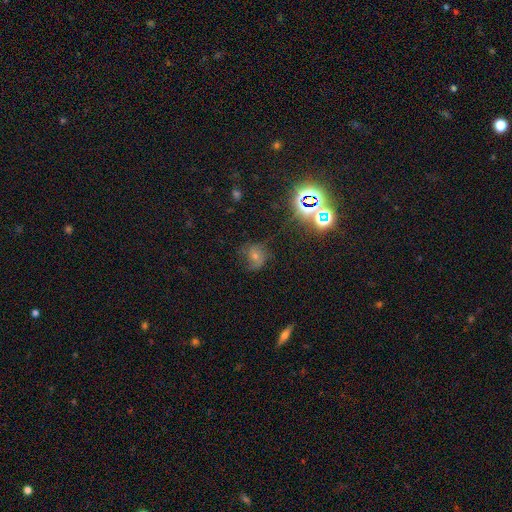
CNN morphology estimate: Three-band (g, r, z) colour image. It shows a featured or disk galaxy (38%). Merging: none (56%).